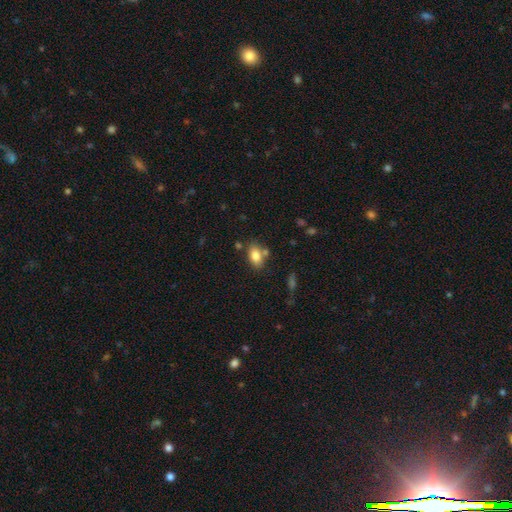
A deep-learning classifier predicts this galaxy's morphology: A smooth galaxy with no disk features (82%) that is in between round and cigar-shaped (88%). Merging: none (69%).